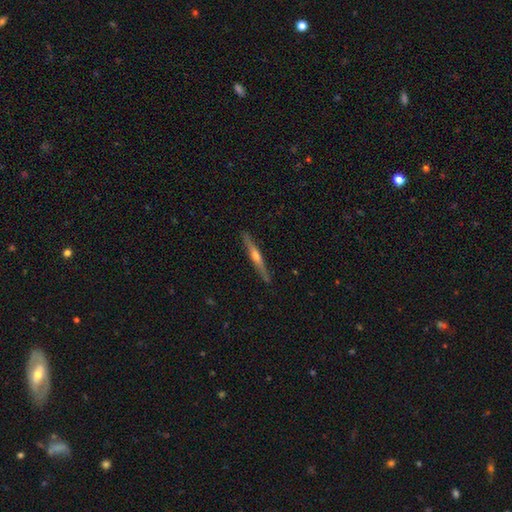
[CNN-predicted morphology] The model was most divided on "smooth or featured": featured or disk: 72%, smooth: 22%, star or artifact: 6%. More confident: edge-on disk — yes (98%); merging — none (89%); edge-on bulge — rounded (86%).